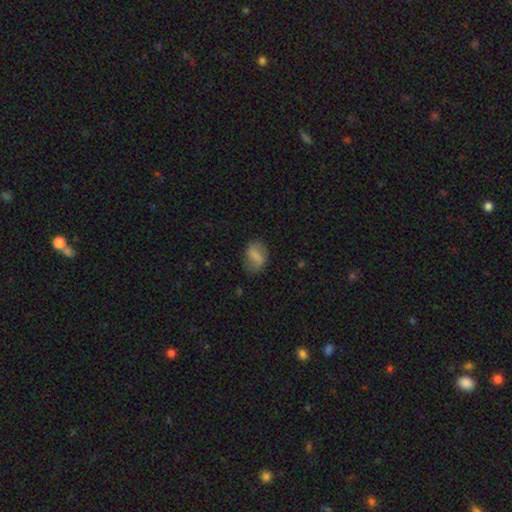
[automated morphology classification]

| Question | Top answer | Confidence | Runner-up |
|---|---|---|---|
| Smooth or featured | smooth | 61% | featured or disk (30%) |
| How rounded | in between | 68% | round (28%) |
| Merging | none | 72% | minor disturbance (19%) |